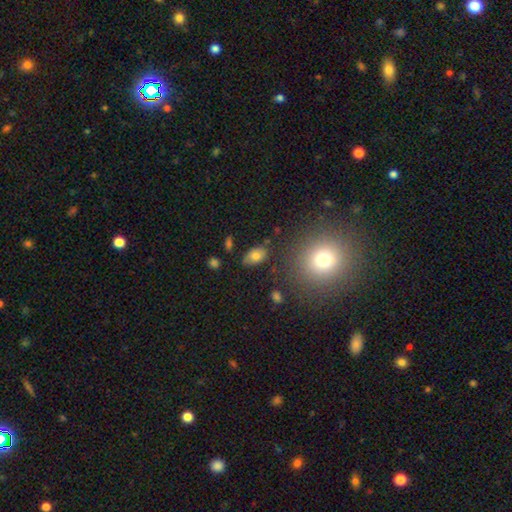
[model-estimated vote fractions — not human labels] Smooth or featured: smooth — 76% (featured or disk — 13%)
How rounded: in between — 89% (round — 10%)
Merging: none — 75% (minor disturbance — 17%)